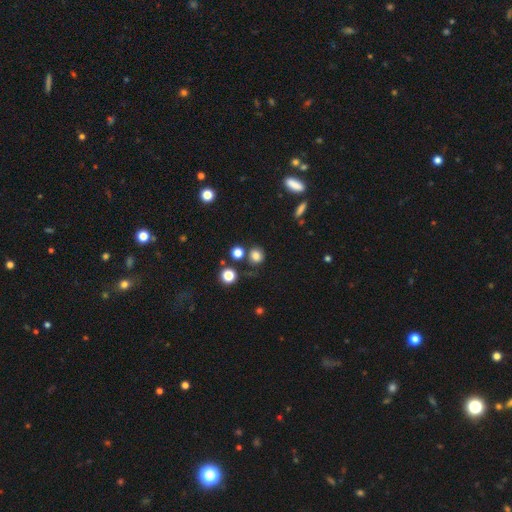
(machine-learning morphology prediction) Smooth or featured? Predicted: smooth (p=0.79). How rounded? Predicted: round (p=0.83). Merging? Predicted: none (p=0.74).